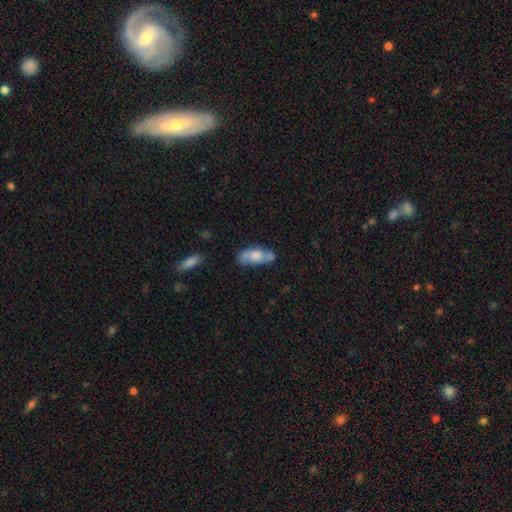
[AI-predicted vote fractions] Smooth or featured?
  - smooth: 56% *
  - featured or disk: 37%
  - star or artifact: 7%
How rounded?
  - in between: 76% *
  - cigar-shaped: 21%
  - round: 4%
Merging?
  - none: 55% *
  - minor disturbance: 25%
  - merger: 12%
  - major disturbance: 8%